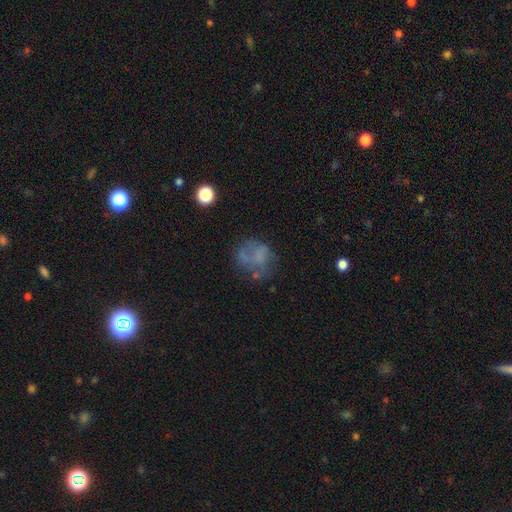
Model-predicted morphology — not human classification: Q: Smooth or featured?
A: smooth (43%); runner-up: featured or disk (41%)
Q: Merging?
A: none (50%); runner-up: major disturbance (23%)